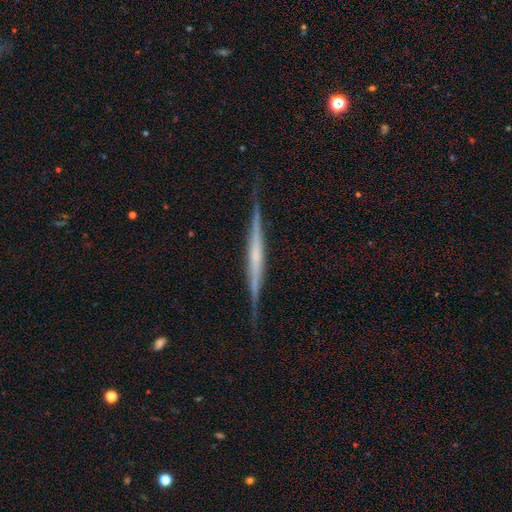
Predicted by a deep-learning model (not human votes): Smooth or featured?
  - featured or disk: 76% *
  - smooth: 18%
  - star or artifact: 6%
Edge-on disk?
  - yes: 98% *
  - no: 2%
Edge-on bulge?
  - none: 55% *
  - rounded: 29%
  - boxy: 15%
Merging?
  - none: 87% *
  - minor disturbance: 10%
  - major disturbance: 2%
  - merger: 1%